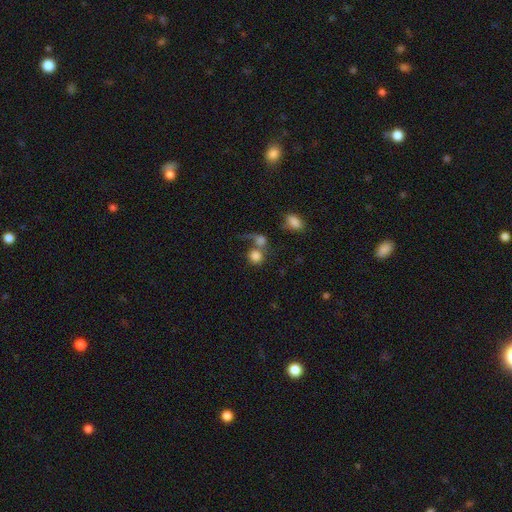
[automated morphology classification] This appears to be a smooth galaxy with no disk features (77%) that is round (83%). Merging: merger (48%).